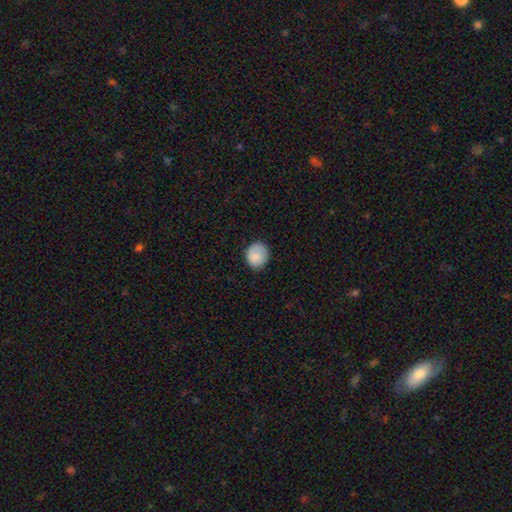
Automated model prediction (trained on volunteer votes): smooth_or_featured: smooth (p=0.86) [alt: star or artifact p=0.07]
how_rounded: round (p=0.75) [alt: in between p=0.24]
merging: none (p=0.81) [alt: minor disturbance p=0.15]